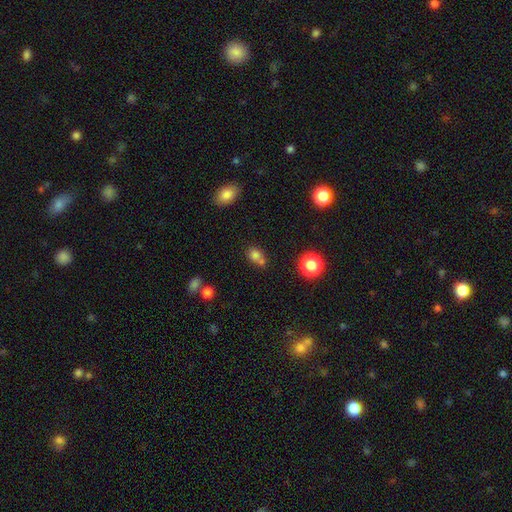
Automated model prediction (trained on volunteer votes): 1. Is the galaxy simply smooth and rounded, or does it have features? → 76% smooth, 15% star or artifact, 10% featured or disk.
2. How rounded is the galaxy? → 67% round, 32% in between, 1% cigar-shaped.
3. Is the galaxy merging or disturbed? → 47% merger, 39% none, 9% minor disturbance, 4% major disturbance.